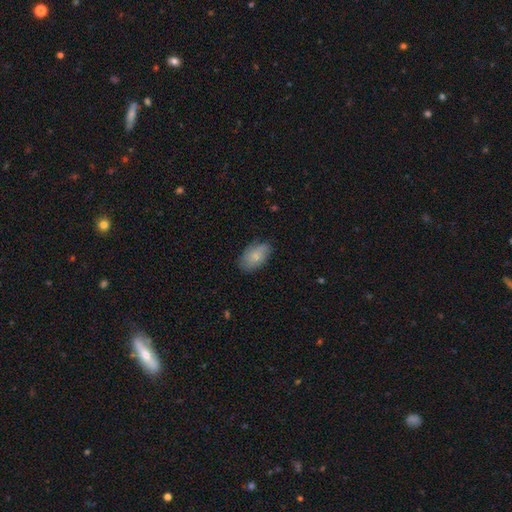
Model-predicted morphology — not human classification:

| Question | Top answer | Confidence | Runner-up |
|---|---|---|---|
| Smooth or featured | smooth | 77% | featured or disk (17%) |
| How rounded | in between | 93% | round (5%) |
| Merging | none | 75% | minor disturbance (20%) |